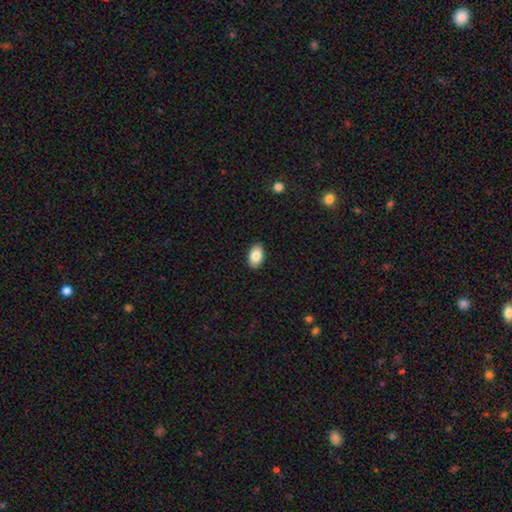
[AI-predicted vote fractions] Q: Smooth or featured?
A: smooth (85%); runner-up: featured or disk (8%)
Q: How rounded?
A: in between (93%); runner-up: round (6%)
Q: Merging?
A: none (90%); runner-up: minor disturbance (7%)